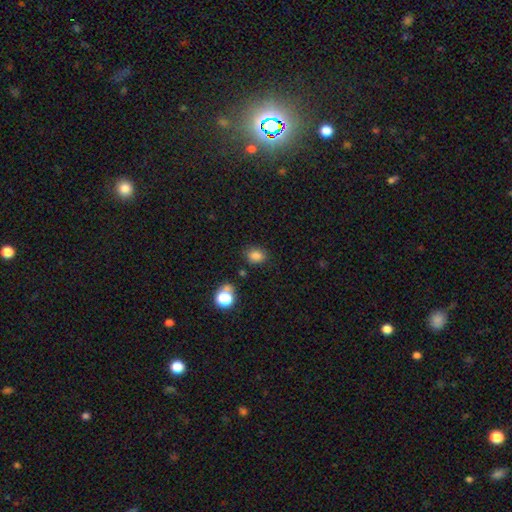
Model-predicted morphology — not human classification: smooth-or-featured: smooth: 81% | star or artifact: 14% | featured or disk: 5%
  how-rounded: round: 54% | in between: 45% | cigar-shaped: 1%
  merging: none: 78% | minor disturbance: 14% | merger: 4% | major disturbance: 4%